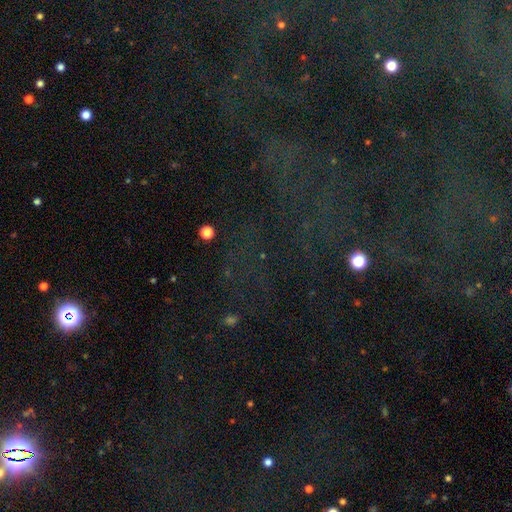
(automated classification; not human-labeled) Q: Smooth or featured?
A: star or artifact (80%); runner-up: smooth (11%)